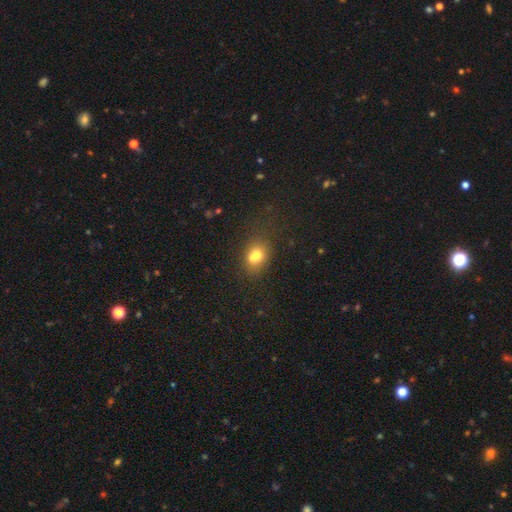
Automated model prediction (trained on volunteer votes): This is likely a smooth galaxy (70%). How rounded: possibly in between (57%). Merging: marginally merger (42%).